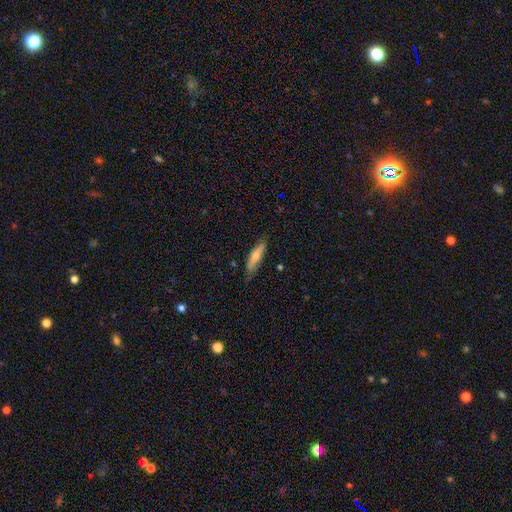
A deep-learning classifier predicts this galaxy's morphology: Smooth or featured? Predicted: smooth (p=0.55). How rounded? Predicted: cigar-shaped (p=0.67). Merging? Predicted: none (p=0.76).